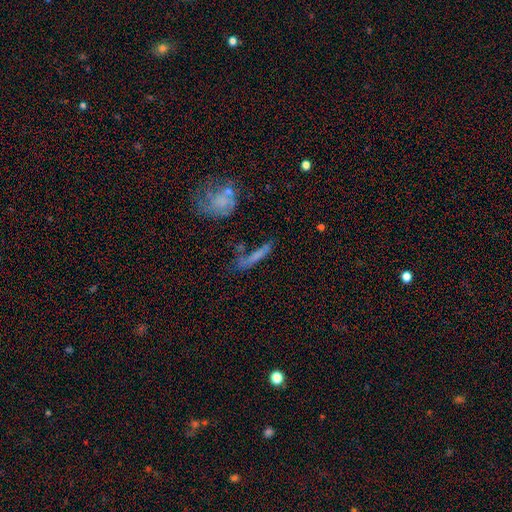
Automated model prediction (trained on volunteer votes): A smooth galaxy with no disk features (58%) that is cigar-shaped (85%). Merging: none (55%).